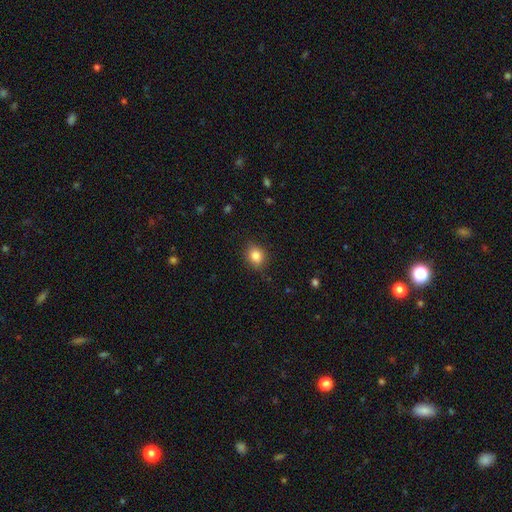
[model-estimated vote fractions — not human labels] Smooth or featured? smooth (83%)
How rounded? round (59%)
Merging? none (83%)